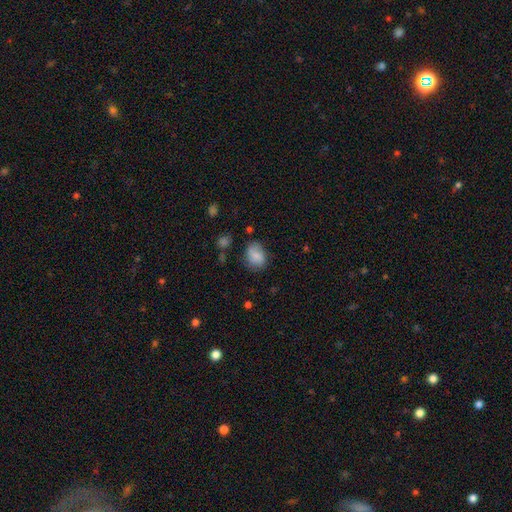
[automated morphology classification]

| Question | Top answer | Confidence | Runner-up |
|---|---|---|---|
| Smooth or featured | smooth | 76% | featured or disk (15%) |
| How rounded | in between | 60% | round (39%) |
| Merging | none | 67% | minor disturbance (23%) |